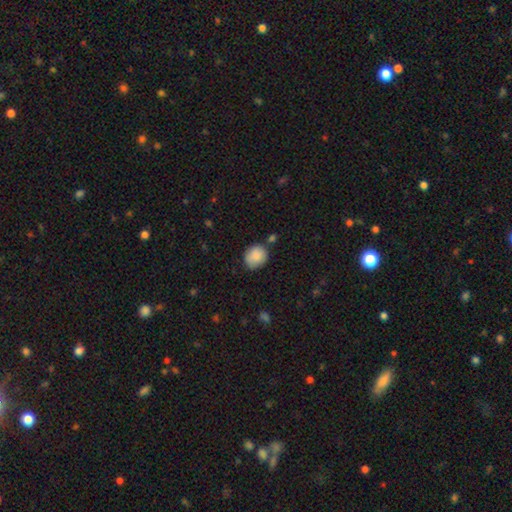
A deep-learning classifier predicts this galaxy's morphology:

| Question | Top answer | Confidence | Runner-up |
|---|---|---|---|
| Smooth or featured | smooth | 88% | star or artifact (7%) |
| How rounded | round | 64% | in between (36%) |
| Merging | none | 73% | minor disturbance (18%) |